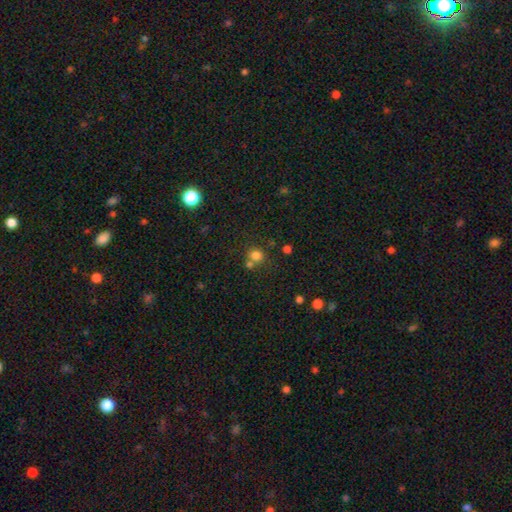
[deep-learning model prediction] A smooth galaxy with no disk features (77%) that is round (85%).

Vote fractions:
- Smooth or featured? smooth: 77% / star or artifact: 16% / featured or disk: 7%
- How rounded? round: 85% / in between: 14% / cigar-shaped: 1%
- Merging? none: 57% / merger: 30% / minor disturbance: 9% / major disturbance: 4%